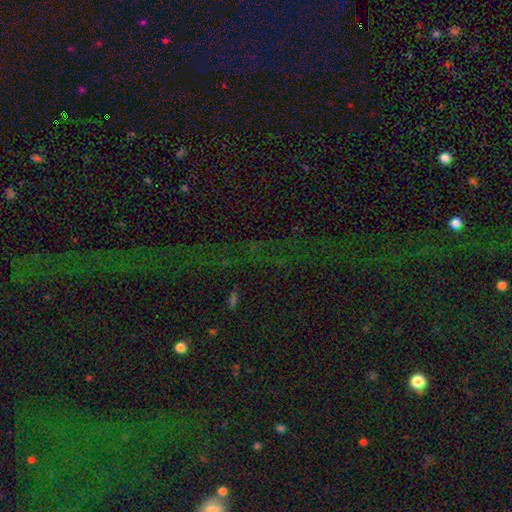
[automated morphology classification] Smooth or featured?
  - star or artifact: 76% *
  - smooth: 12%
  - featured or disk: 11%